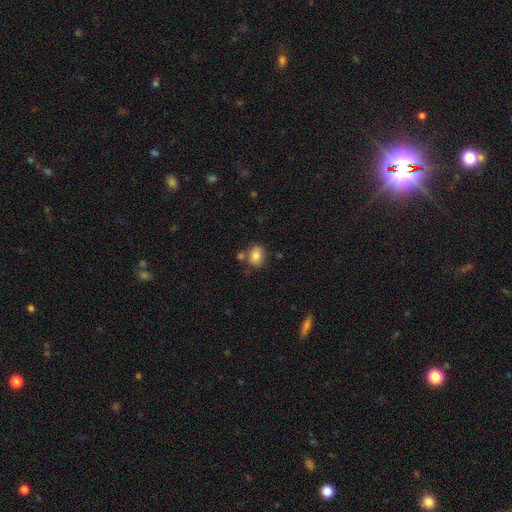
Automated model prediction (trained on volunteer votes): Smooth or featured? Predicted: smooth (p=0.82). How rounded? Predicted: in between (p=0.54). Merging? Predicted: none (p=0.66).